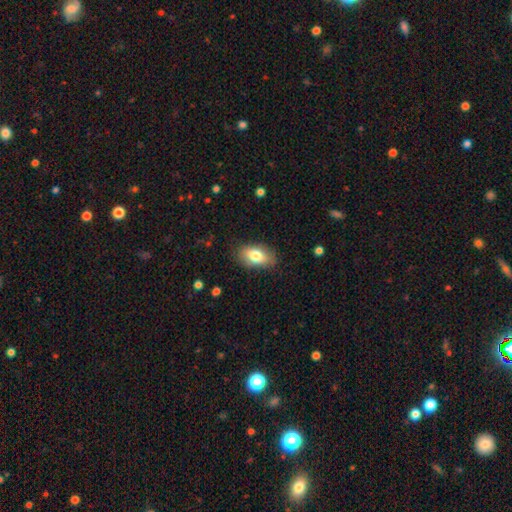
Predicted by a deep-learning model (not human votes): Q: Smooth or featured?
A: smooth (78%); runner-up: featured or disk (15%)
Q: How rounded?
A: in between (90%); runner-up: round (7%)
Q: Merging?
A: none (83%); runner-up: minor disturbance (13%)